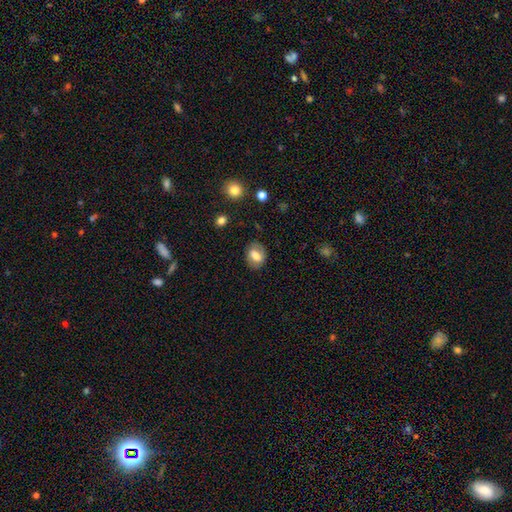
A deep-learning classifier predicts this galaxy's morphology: A smooth galaxy with no disk features (63%) that is in between round and cigar-shaped (68%). Merging: none (79%).